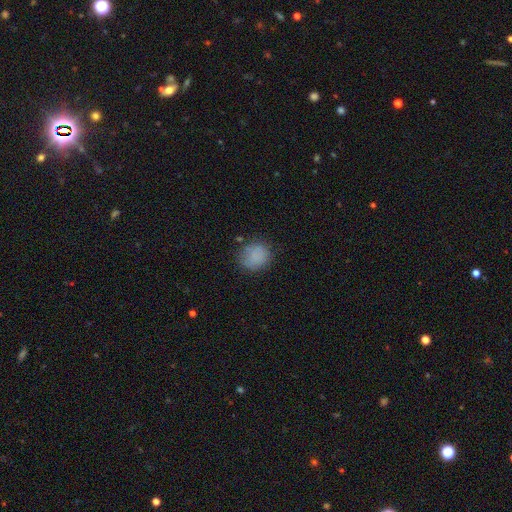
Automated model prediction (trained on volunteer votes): This appears to be a smooth galaxy with no disk features (83%) that is round (80%). Merging: none (76%).